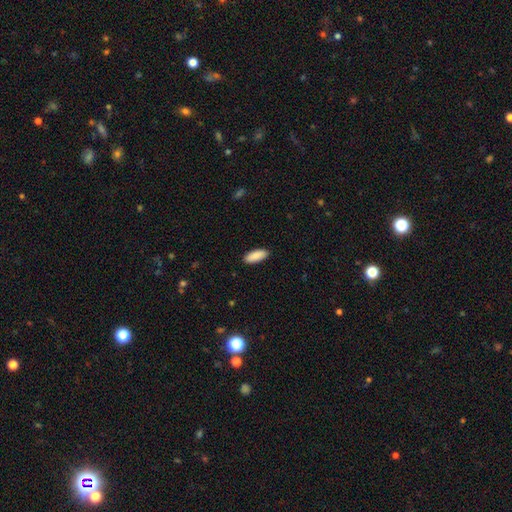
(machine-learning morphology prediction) smooth_or_featured: smooth (p=0.90) [alt: star or artifact p=0.06]
how_rounded: in between (p=0.77) [alt: cigar-shaped p=0.21]
merging: none (p=0.90) [alt: minor disturbance p=0.07]